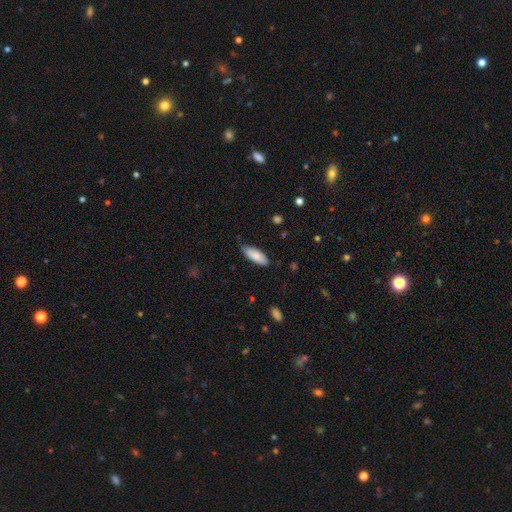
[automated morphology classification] Smooth or featured? Predicted: smooth (p=0.83). How rounded? Predicted: in between (p=0.72). Merging? Predicted: none (p=0.63).